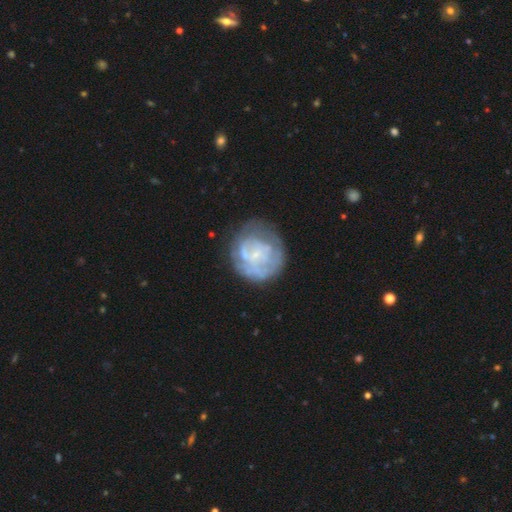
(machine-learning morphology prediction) The model was most divided on "spiral arms": no: 56%, yes: 44%. More confident: edge-on disk — no (98%); bar — no (73%); bulge size — small (64%); smooth or featured — featured or disk (60%); merging — none (56%).